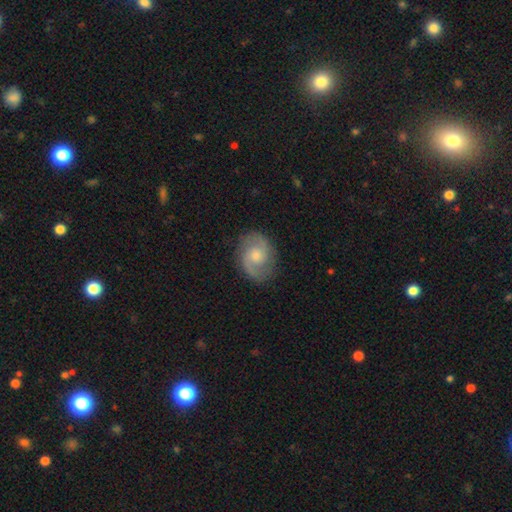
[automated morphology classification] smooth_or_featured: featured or disk (p=0.80) [alt: smooth p=0.14]
disk_edge_on: no (p=0.98) [alt: yes p=0.02]
bar: no (p=0.59) [alt: weak p=0.37]
has_spiral_arms: yes (p=0.96) [alt: no p=0.04]
spiral_winding: medium (p=0.55) [alt: tight p=0.25]
spiral_arm_count: 2 (p=0.90) [alt: can't tell p=0.04]
bulge_size: moderate (p=0.55) [alt: small p=0.32]
merging: none (p=0.83) [alt: minor disturbance p=0.12]